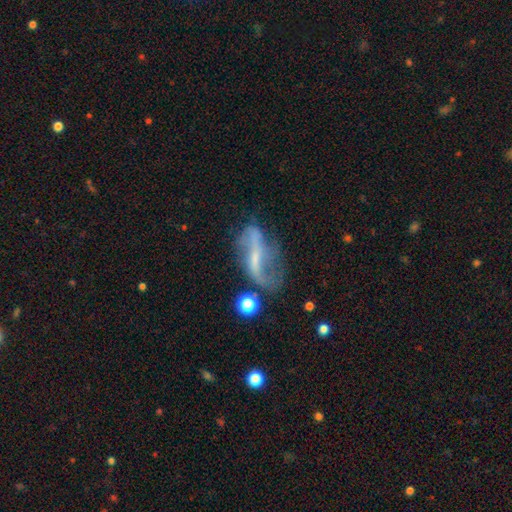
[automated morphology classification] This is likely a featured or disk galaxy (74%). It is clearly not viewed edge-on (89%). Bar: marginally strong (39%). Spiral arm pattern: clearly yes (82%). Spiral arm count: clearly 2 (80%). Spiral winding: likely loose (79%). Central bulge: possibly small (52%). Merging: possibly none (51%).